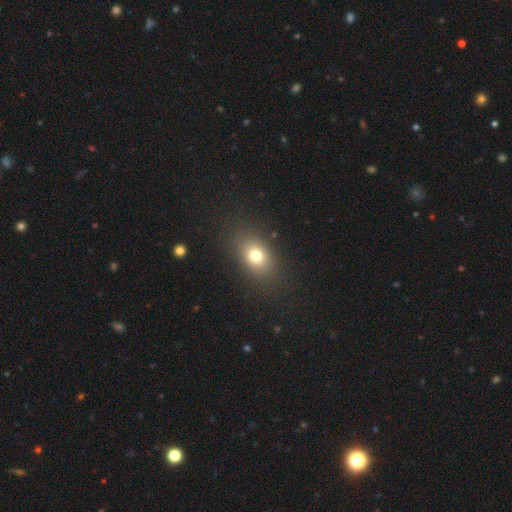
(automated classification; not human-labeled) smooth-or-featured: smooth: 74% | star or artifact: 14% | featured or disk: 12%
  how-rounded: in between: 66% | round: 32% | cigar-shaped: 2%
  merging: none: 85% | minor disturbance: 9% | major disturbance: 5% | merger: 1%